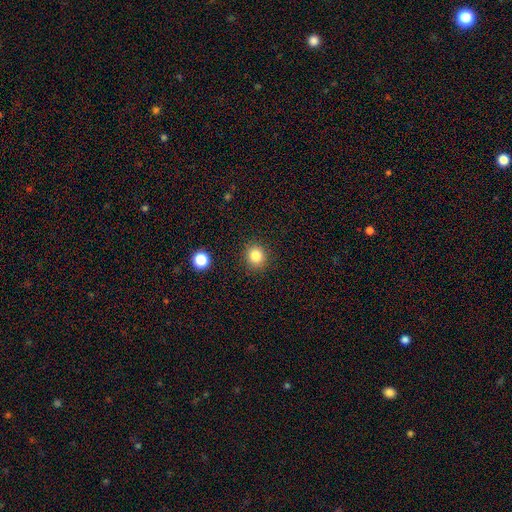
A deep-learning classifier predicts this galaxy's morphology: Q: Smooth or featured?
A: smooth (83%); runner-up: star or artifact (12%)
Q: How rounded?
A: round (86%); runner-up: in between (13%)
Q: Merging?
A: none (90%); runner-up: minor disturbance (6%)